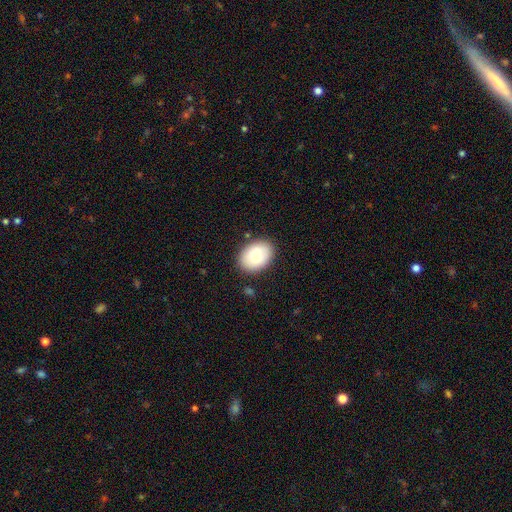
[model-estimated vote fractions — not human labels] A smooth galaxy with no disk features (77%) that is in between round and cigar-shaped (73%). Merging: none (85%).